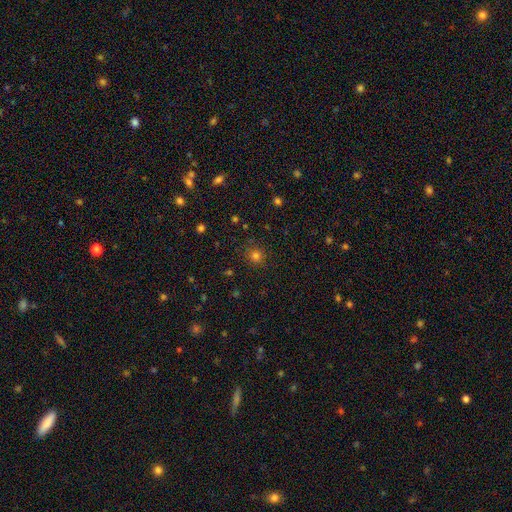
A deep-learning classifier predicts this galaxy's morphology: smooth_or_featured: smooth (p=0.78) [alt: star or artifact p=0.17]
how_rounded: round (p=0.91) [alt: in between p=0.08]
merging: none (p=0.88) [alt: minor disturbance p=0.08]